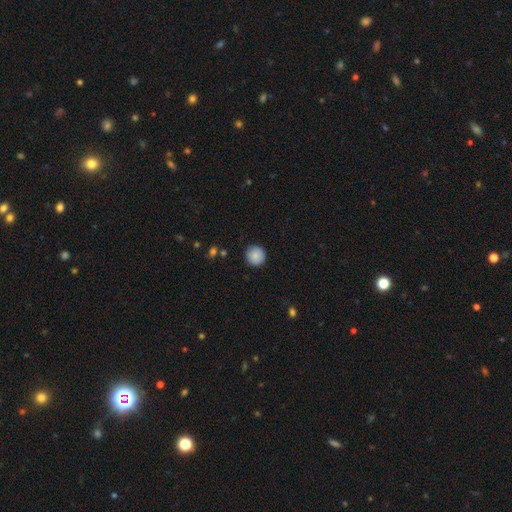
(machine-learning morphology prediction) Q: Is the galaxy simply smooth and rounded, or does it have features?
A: smooth — 88%.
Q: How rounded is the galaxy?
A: round — 94%.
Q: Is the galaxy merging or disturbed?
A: none — 90%.